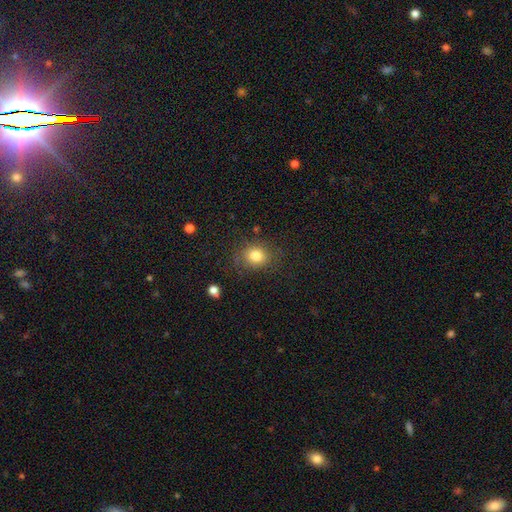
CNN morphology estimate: smooth 82%, star or artifact 11%, featured or disk 7%. Down the decision tree: how rounded — round (66%); merging — none (80%).